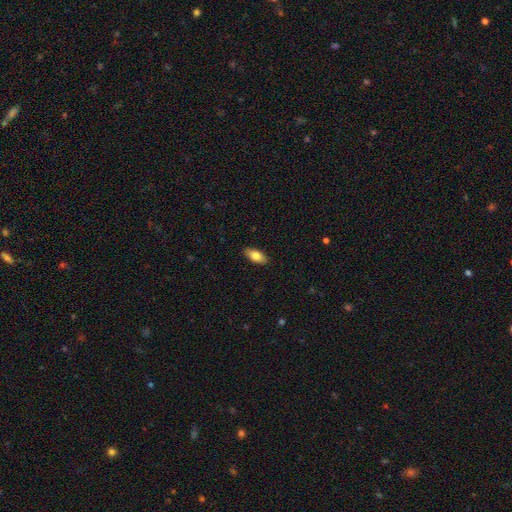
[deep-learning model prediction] smooth-or-featured: smooth: 79% | featured or disk: 15% | star or artifact: 7%
  how-rounded: in between: 88% | cigar-shaped: 9% | round: 3%
  merging: none: 88% | minor disturbance: 9% | major disturbance: 2% | merger: 1%